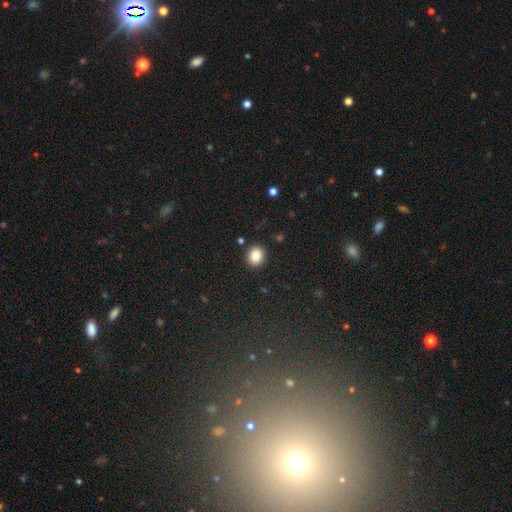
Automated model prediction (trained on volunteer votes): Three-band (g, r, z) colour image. It shows a smooth galaxy with no disk features (85%) that is round (79%). Merging: none (90%).